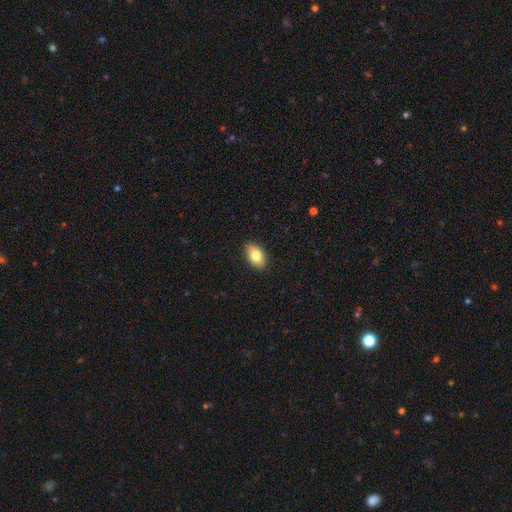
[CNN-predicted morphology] Smooth or featured: smooth — 80% (featured or disk — 13%)
How rounded: in between — 90% (round — 8%)
Merging: none — 87% (minor disturbance — 10%)